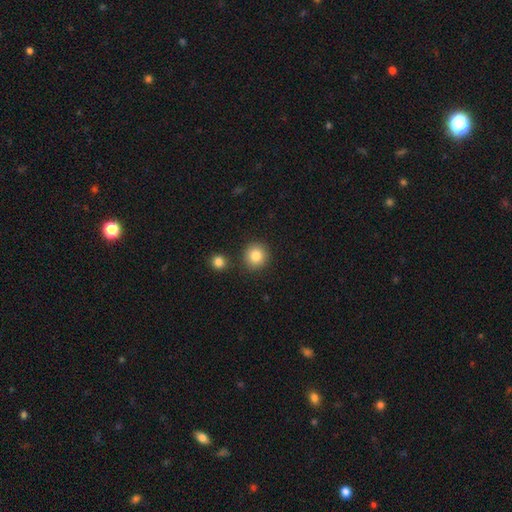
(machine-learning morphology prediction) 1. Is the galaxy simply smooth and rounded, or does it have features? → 85% smooth, 9% star or artifact, 6% featured or disk.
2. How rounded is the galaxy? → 91% round, 8% in between, 1% cigar-shaped.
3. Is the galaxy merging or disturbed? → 86% none, 7% minor disturbance, 5% merger, 2% major disturbance.